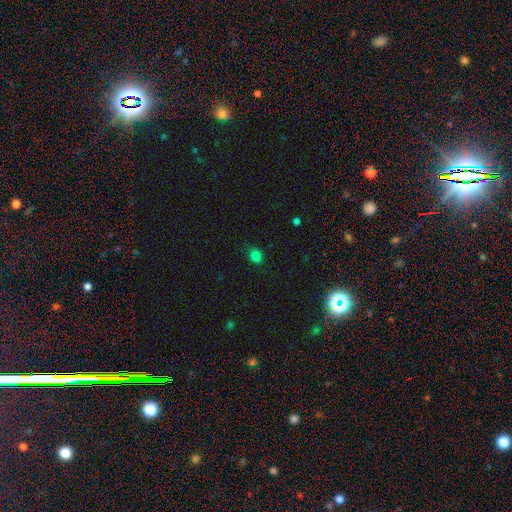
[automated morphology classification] The model was most divided on "how rounded": round: 69%, in between: 30%, cigar-shaped: 1%. More confident: merging — none (80%); smooth or featured — smooth (79%).